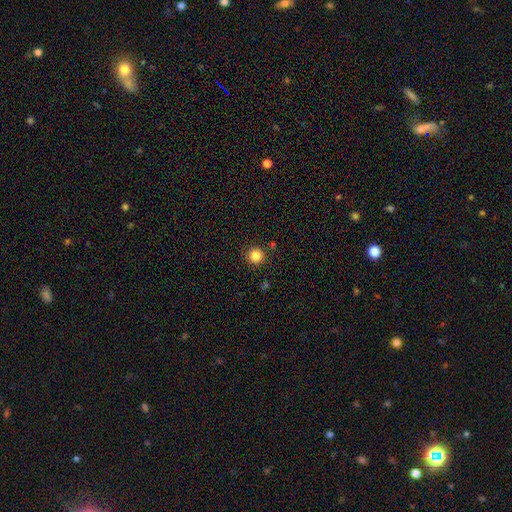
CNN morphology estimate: Q: Smooth or featured?
A: smooth (85%); runner-up: star or artifact (11%)
Q: How rounded?
A: round (94%); runner-up: in between (5%)
Q: Merging?
A: none (87%); runner-up: minor disturbance (7%)